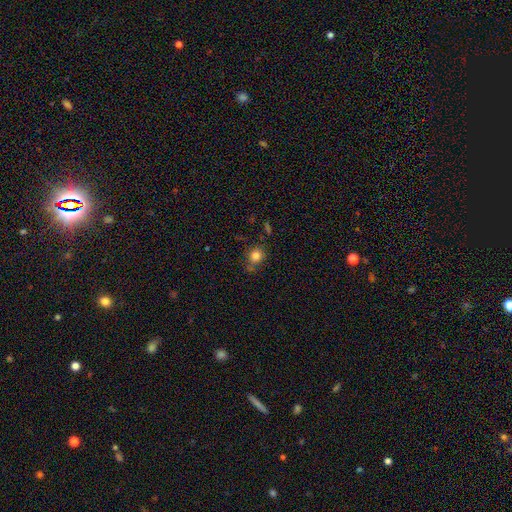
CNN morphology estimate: smooth-or-featured: smooth: 82% | star or artifact: 12% | featured or disk: 6%
  how-rounded: round: 76% | in between: 23% | cigar-shaped: 1%
  merging: none: 70% | minor disturbance: 18% | merger: 7% | major disturbance: 6%